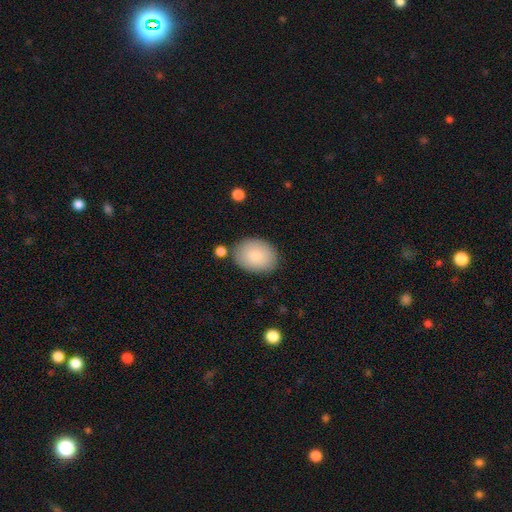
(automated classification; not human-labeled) Smooth or featured?
  - smooth: 83% *
  - featured or disk: 10%
  - star or artifact: 6%
How rounded?
  - in between: 75% *
  - round: 24%
  - cigar-shaped: 1%
Merging?
  - none: 80% *
  - minor disturbance: 13%
  - merger: 4%
  - major disturbance: 3%